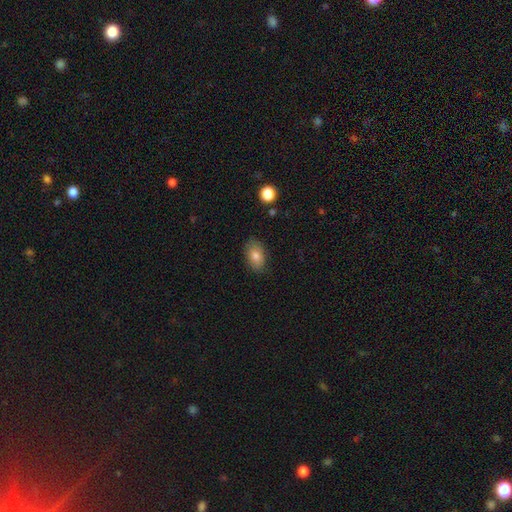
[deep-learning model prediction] smooth 78%, featured or disk 13%, star or artifact 9%. Down the decision tree: how rounded — in between (88%); merging — none (83%).